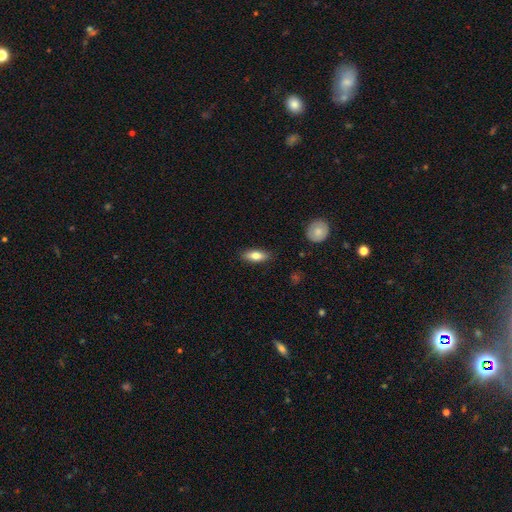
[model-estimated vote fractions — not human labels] The model was most divided on "how rounded": in between: 73%, cigar-shaped: 25%, round: 3%. More confident: merging — none (87%); smooth or featured — smooth (77%).